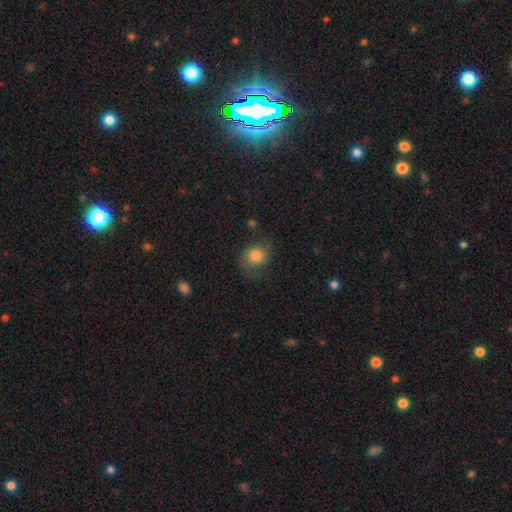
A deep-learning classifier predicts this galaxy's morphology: This appears to be a smooth galaxy with no disk features (66%) that is round (69%). Merging: none (62%).